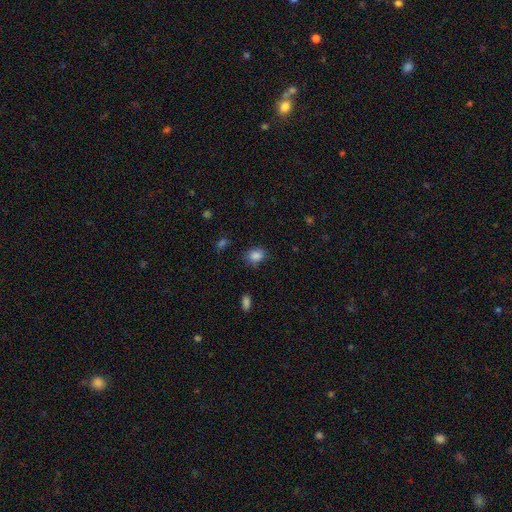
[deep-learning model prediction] Morphology: type=smooth (84%); roundness=in between (64%); merging=none (74%).